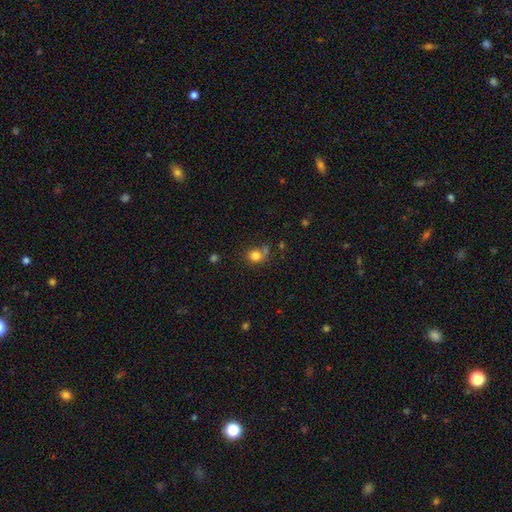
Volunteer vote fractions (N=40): Volunteers were most divided on "merging": none: 74%, minor disturbance: 13%, merger: 11%, major disturbance: 3%. More confident: smooth or featured — smooth (90%); how rounded — round (81%).